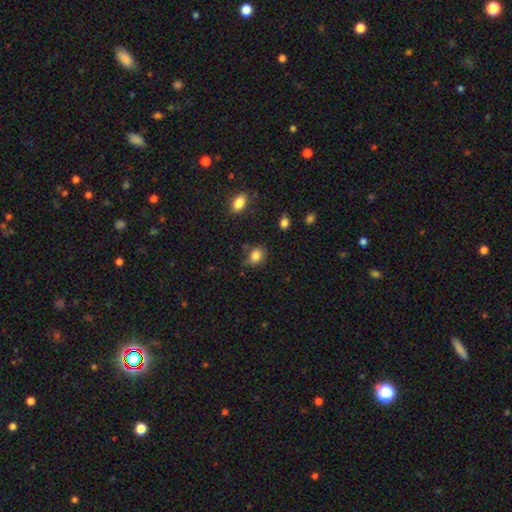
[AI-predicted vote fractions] Smooth or featured? Predicted: smooth (p=0.84). How rounded? Predicted: in between (p=0.56). Merging? Predicted: none (p=0.60).